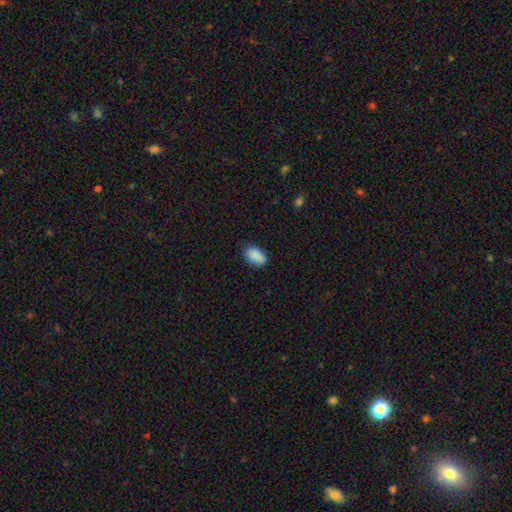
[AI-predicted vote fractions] Smooth or featured: smooth — 90% (star or artifact — 7%)
How rounded: in between — 92% (round — 6%)
Merging: none — 84% (minor disturbance — 12%)